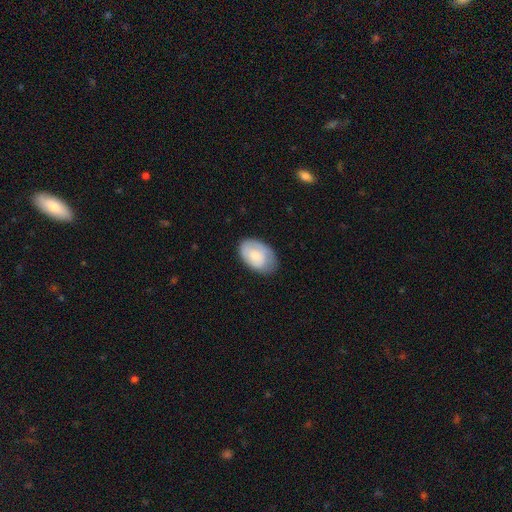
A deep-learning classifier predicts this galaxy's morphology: The model was most divided on "smooth or featured": smooth: 67%, featured or disk: 27%, star or artifact: 6%. More confident: how rounded — in between (90%); merging — none (71%).